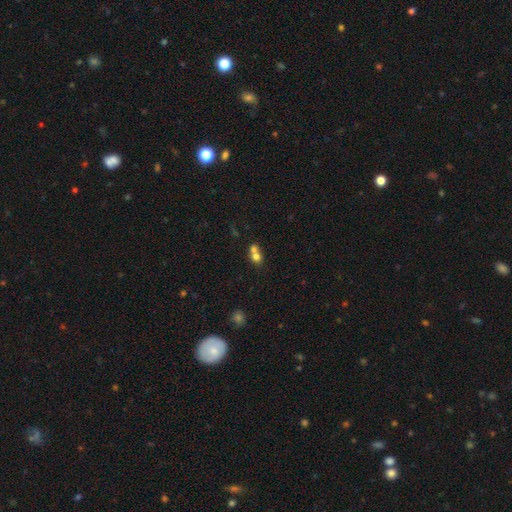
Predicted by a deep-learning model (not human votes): A smooth galaxy with no disk features (72%) that is round (71%). Merging: merger (63%).